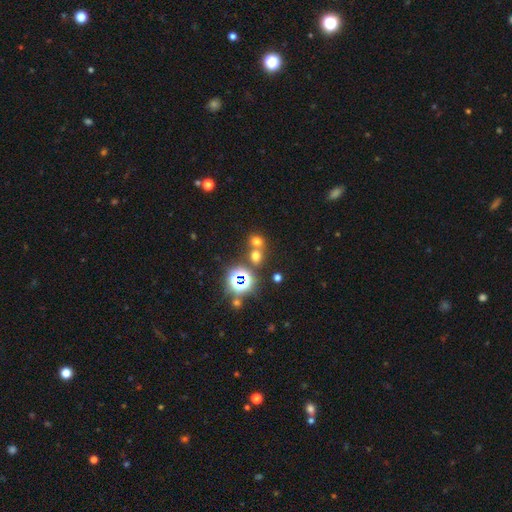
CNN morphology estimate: smooth-or-featured: smooth: 55% | star or artifact: 36% | featured or disk: 9%
  how-rounded: round: 79% | in between: 20% | cigar-shaped: 1%
  merging: none: 50% | merger: 41% | minor disturbance: 6% | major disturbance: 3%